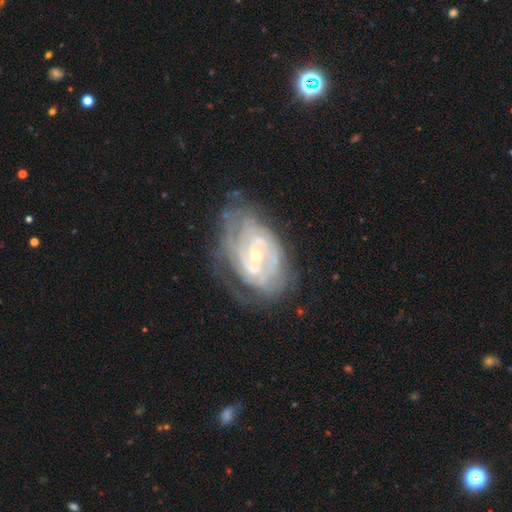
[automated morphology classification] Q: Smooth or featured?
A: featured or disk (87%); runner-up: smooth (7%)
Q: Edge-on disk?
A: no (96%); runner-up: yes (4%)
Q: Bar?
A: no (48%); runner-up: weak (38%)
Q: Spiral arms?
A: yes (94%); runner-up: no (6%)
Q: Spiral winding?
A: tight (72%); runner-up: medium (23%)
Q: Spiral arm count?
A: can't tell (35%); runner-up: 2 (31%)
Q: Bulge size?
A: small (64%); runner-up: moderate (32%)
Q: Merging?
A: none (65%); runner-up: minor disturbance (22%)